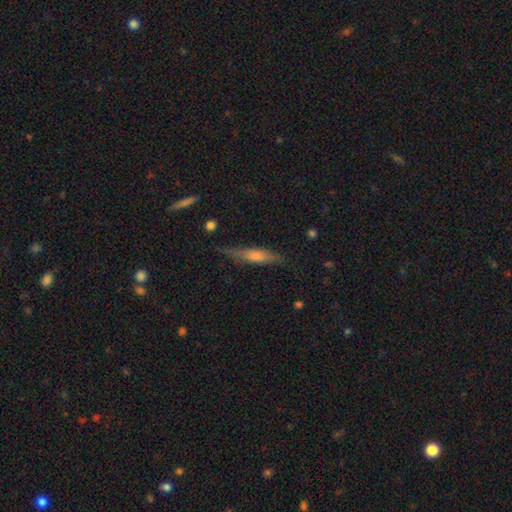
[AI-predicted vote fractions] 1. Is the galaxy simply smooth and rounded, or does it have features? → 51% featured or disk, 41% smooth, 8% star or artifact.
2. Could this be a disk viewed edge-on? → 93% yes, 7% no.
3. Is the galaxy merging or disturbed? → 75% none, 18% minor disturbance, 4% major disturbance, 2% merger.